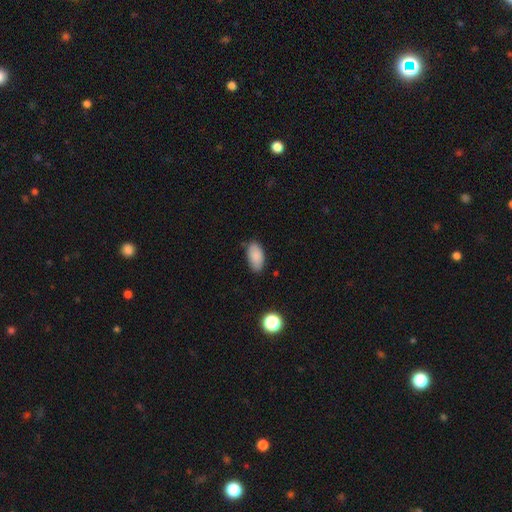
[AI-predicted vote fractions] Morphology: type=smooth (87%); roundness=in between (94%); merging=none (79%).